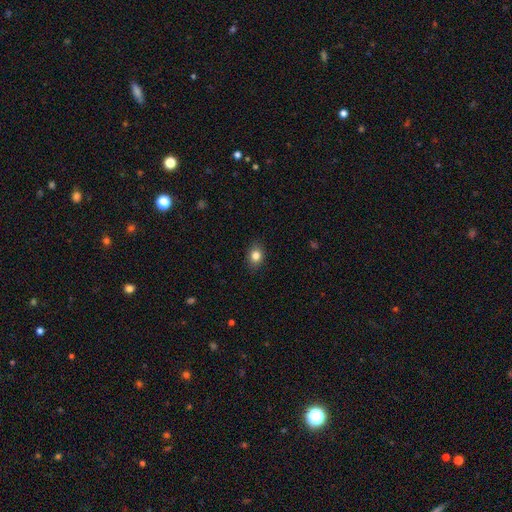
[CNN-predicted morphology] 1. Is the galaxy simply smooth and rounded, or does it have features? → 83% smooth, 10% star or artifact, 7% featured or disk.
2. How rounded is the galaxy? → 56% in between, 43% round, 1% cigar-shaped.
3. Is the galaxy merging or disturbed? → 87% none, 10% minor disturbance, 2% major disturbance, 1% merger.